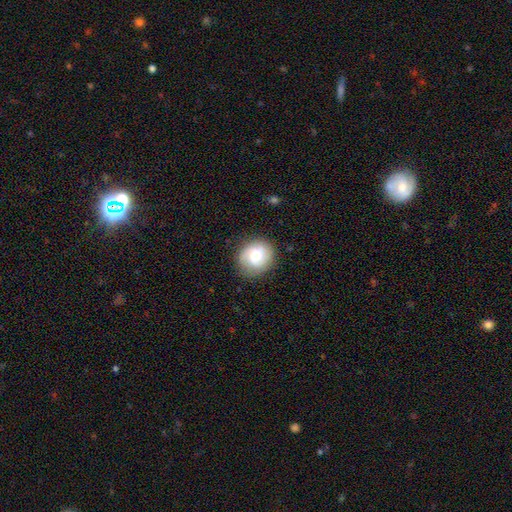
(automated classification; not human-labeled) The model was most divided on "smooth or featured": smooth: 55%, featured or disk: 36%, star or artifact: 8%. More confident: merging — none (83%); how rounded — round (80%).